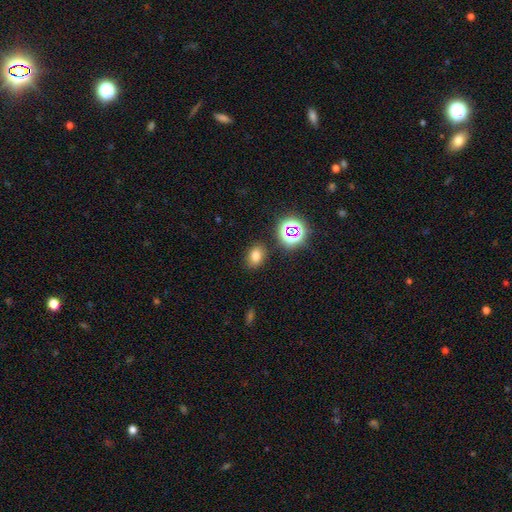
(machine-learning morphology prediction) Smooth or featured: smooth — 73% (star or artifact — 19%)
How rounded: in between — 69% (round — 30%)
Merging: none — 84% (minor disturbance — 10%)